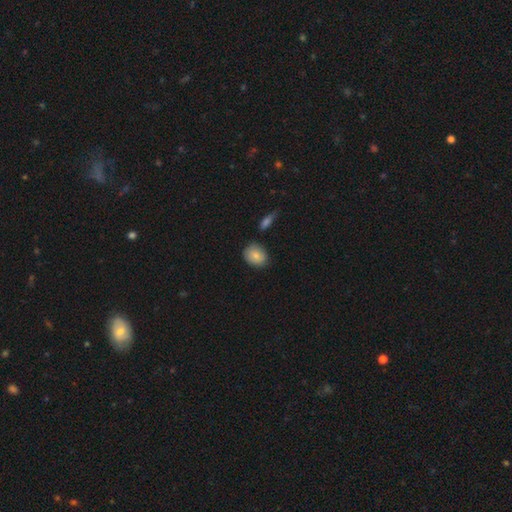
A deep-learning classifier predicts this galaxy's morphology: Overall: smooth (82%). How rounded: in between (52%; round 47%). Merging: none (77%).